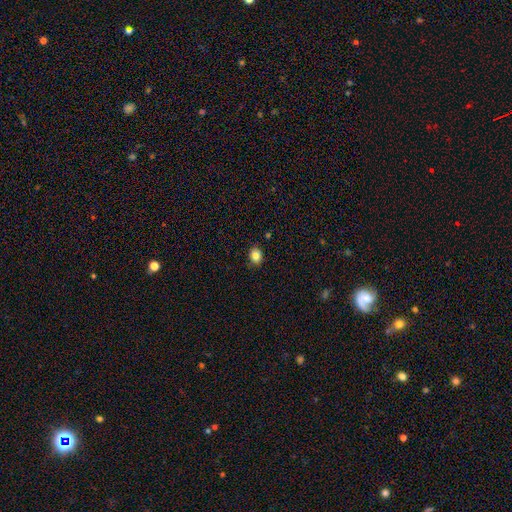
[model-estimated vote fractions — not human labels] A smooth galaxy with no disk features (84%) that is round (50%).

Vote fractions:
- Smooth or featured? smooth: 84% / star or artifact: 10% / featured or disk: 6%
- How rounded? round: 50% / in between: 49% / cigar-shaped: 1%
- Merging? none: 87% / minor disturbance: 9% / major disturbance: 2% / merger: 1%